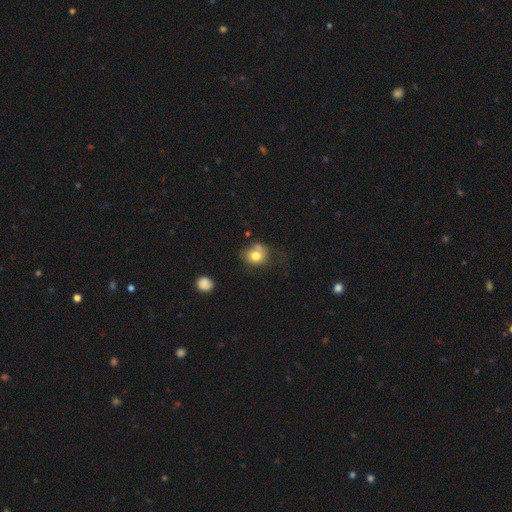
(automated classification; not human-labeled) smooth_or_featured: smooth (p=0.76) [alt: featured or disk p=0.14]
how_rounded: round (p=0.68) [alt: in between p=0.31]
merging: none (p=0.46) [alt: minor disturbance p=0.25]